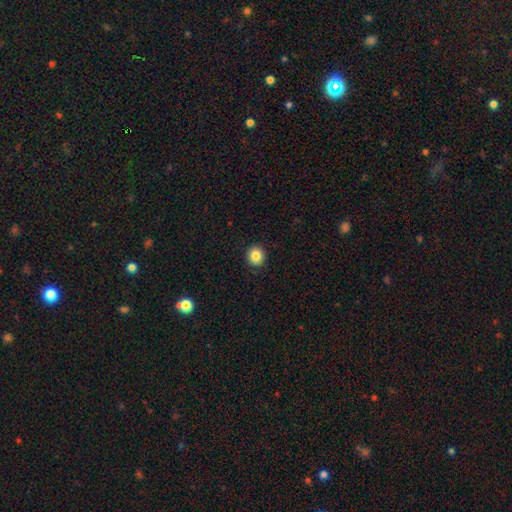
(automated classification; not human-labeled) This is clearly a smooth galaxy (85%). How rounded: clearly round (89%). Merging: clearly none (92%).